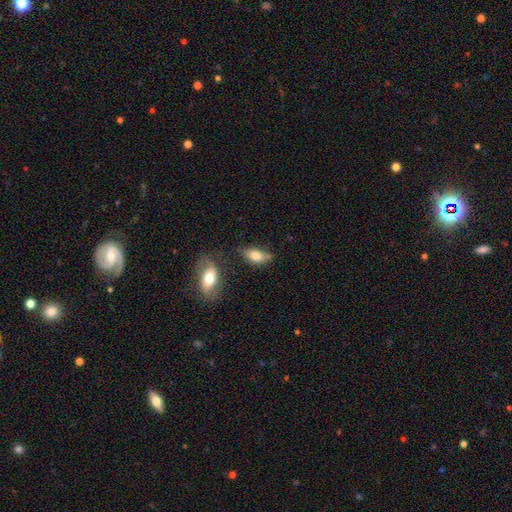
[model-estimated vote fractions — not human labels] A smooth galaxy with no disk features (75%) that is in between round and cigar-shaped (87%). Merging: none (53%).